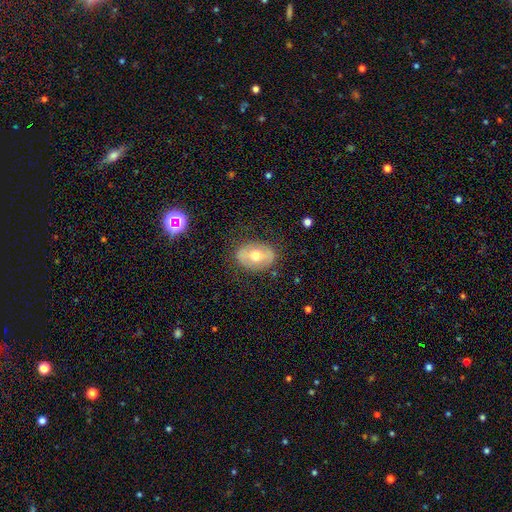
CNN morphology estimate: This is possibly a featured or disk galaxy (46%, tied with smooth). Merging: likely none (80%).